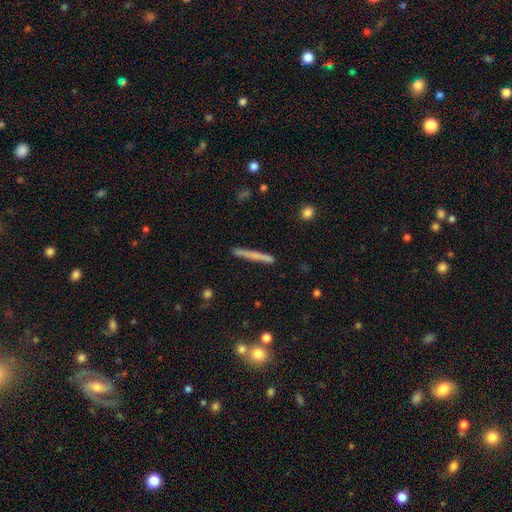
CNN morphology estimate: smooth 61%, featured or disk 32%, star or artifact 7%. Down the decision tree: how rounded — cigar-shaped (96%); merging — none (88%).